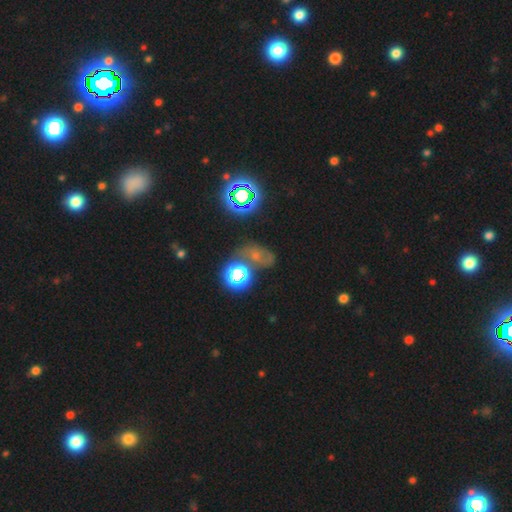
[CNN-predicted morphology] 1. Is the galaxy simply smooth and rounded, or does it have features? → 44% star or artifact, 35% smooth, 21% featured or disk.